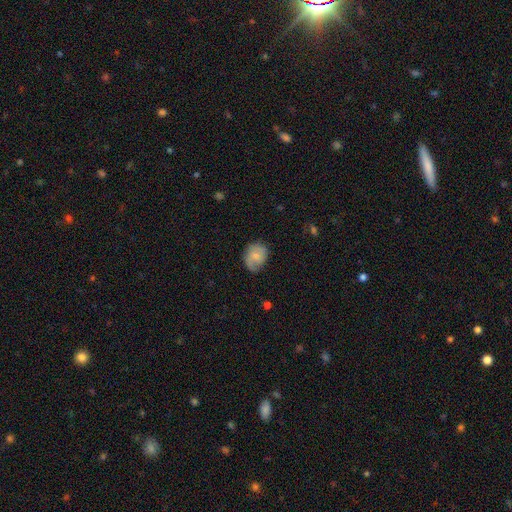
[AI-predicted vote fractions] Overall: smooth (61%; featured or disk 32%). How rounded: round (53%; in between 46%). Merging: none (65%; minor disturbance 26%).